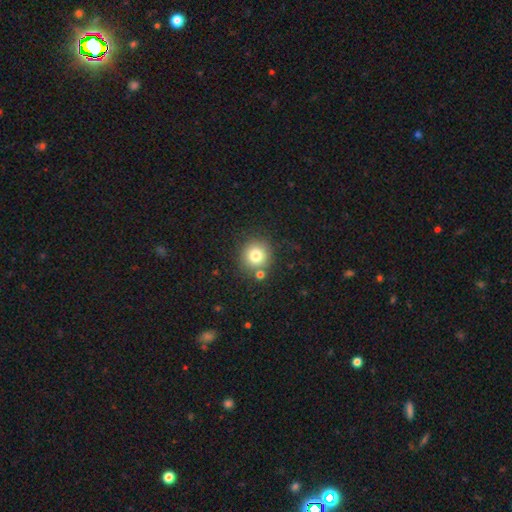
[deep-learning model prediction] smooth_or_featured: smooth (p=0.79) [alt: star or artifact p=0.12]
how_rounded: round (p=0.92) [alt: in between p=0.07]
merging: none (p=0.79) [alt: minor disturbance p=0.09]